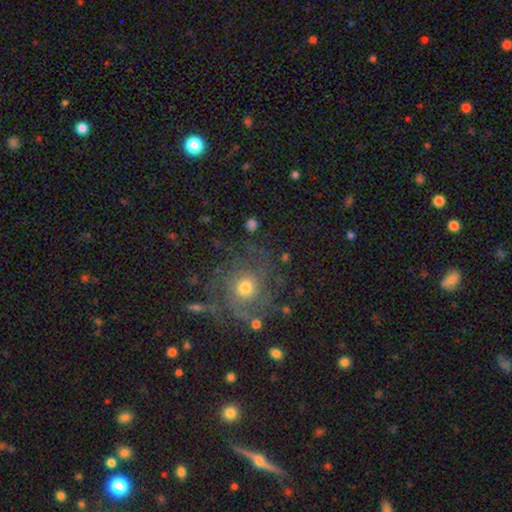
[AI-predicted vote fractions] A featured or disk galaxy (41%).

Vote fractions:
- Smooth or featured? featured or disk: 41% / smooth: 30% / star or artifact: 28%
- Merging? none: 76% / minor disturbance: 13% / major disturbance: 8% / merger: 3%